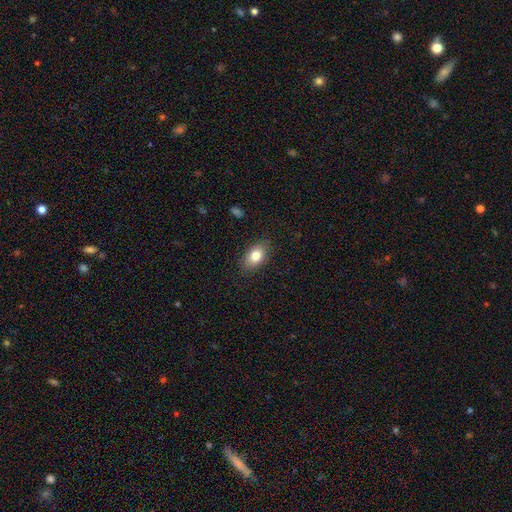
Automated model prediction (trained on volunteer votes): The model was most divided on "smooth or featured": smooth: 81%, featured or disk: 11%, star or artifact: 8%. More confident: how rounded — in between (87%); merging — none (86%).